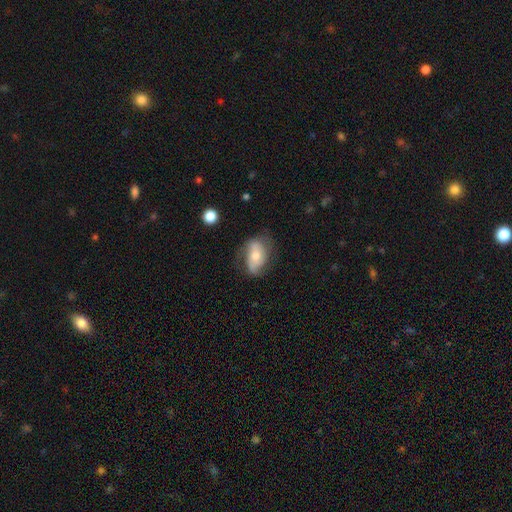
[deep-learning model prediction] This is possibly a smooth galaxy (49%). Merging: possibly none (55%).